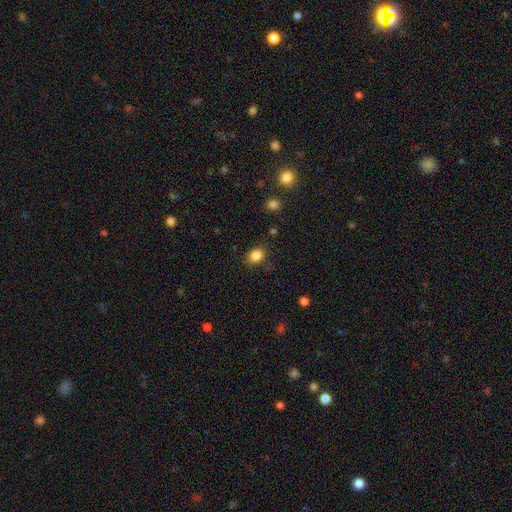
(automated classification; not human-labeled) Smooth or featured: smooth — 84% (star or artifact — 10%)
How rounded: in between — 58% (round — 41%)
Merging: none — 80% (minor disturbance — 15%)